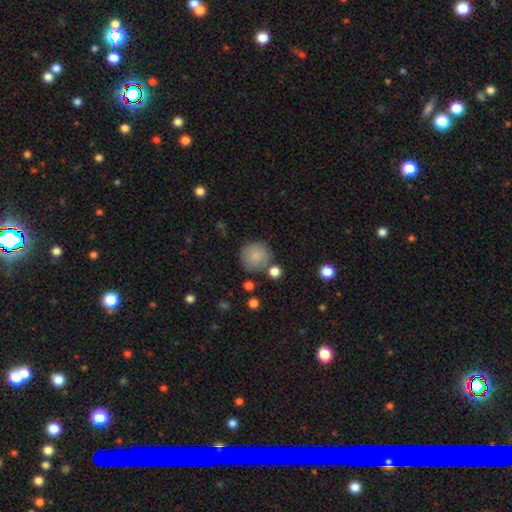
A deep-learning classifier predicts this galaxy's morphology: A smooth galaxy with no disk features (85%) that is round (93%). Merging: none (76%).